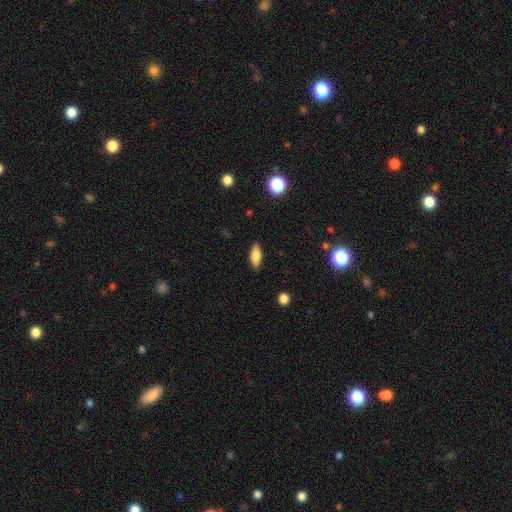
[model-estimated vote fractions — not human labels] A smooth galaxy with no disk features (76%) that is in between round and cigar-shaped (74%). Merging: none (87%).